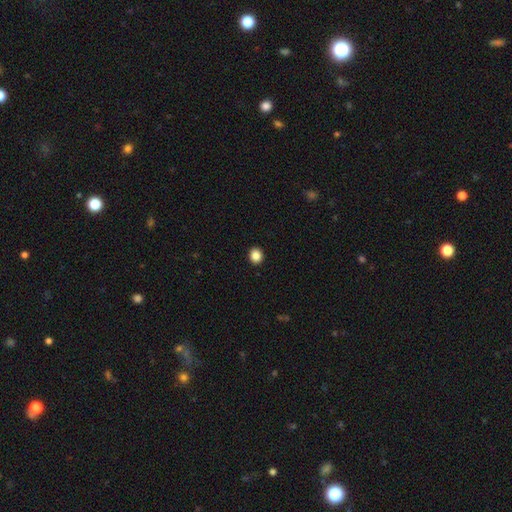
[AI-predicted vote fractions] Smooth or featured? Predicted: smooth (p=0.87). How rounded? Predicted: round (p=0.75). Merging? Predicted: none (p=0.93).